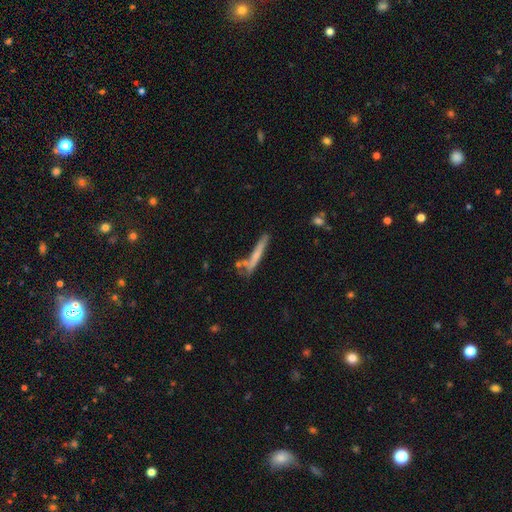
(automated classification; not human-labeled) smooth_or_featured: smooth (p=0.56) [alt: featured or disk p=0.37]
how_rounded: cigar-shaped (p=0.95) [alt: in between p=0.04]
merging: none (p=0.66) [alt: minor disturbance p=0.18]